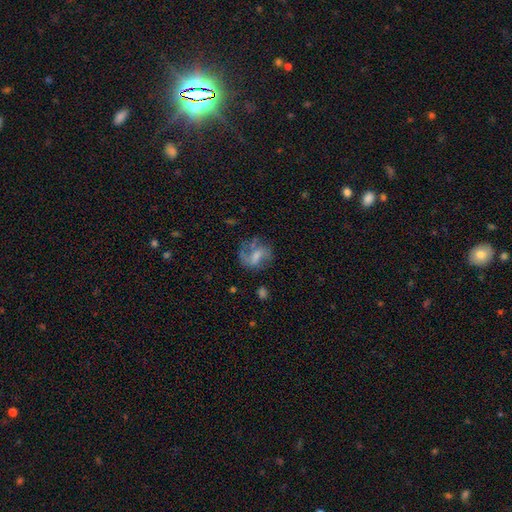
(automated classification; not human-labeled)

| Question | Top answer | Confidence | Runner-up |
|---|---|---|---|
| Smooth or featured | featured or disk | 58% | smooth (32%) |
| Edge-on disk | no | 97% | yes (3%) |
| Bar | weak | 45% | no (34%) |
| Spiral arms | yes | 73% | no (27%) |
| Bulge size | moderate | 35% | small (27%) |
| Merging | none | 48% | major disturbance (27%) |